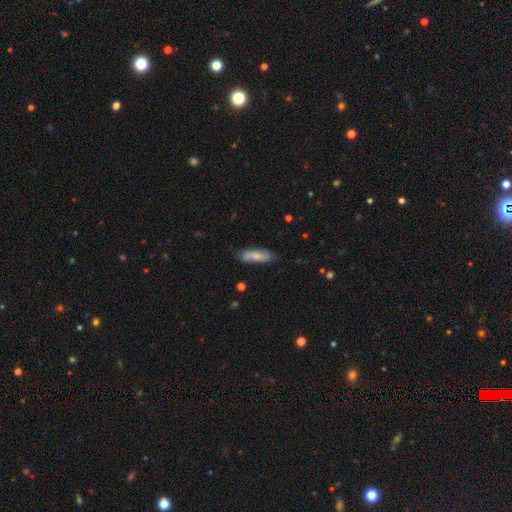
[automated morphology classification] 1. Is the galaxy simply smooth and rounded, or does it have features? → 64% smooth, 29% featured or disk, 7% star or artifact.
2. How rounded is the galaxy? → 56% in between, 42% cigar-shaped, 2% round.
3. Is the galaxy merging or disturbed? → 70% none, 23% minor disturbance, 5% major disturbance, 3% merger.